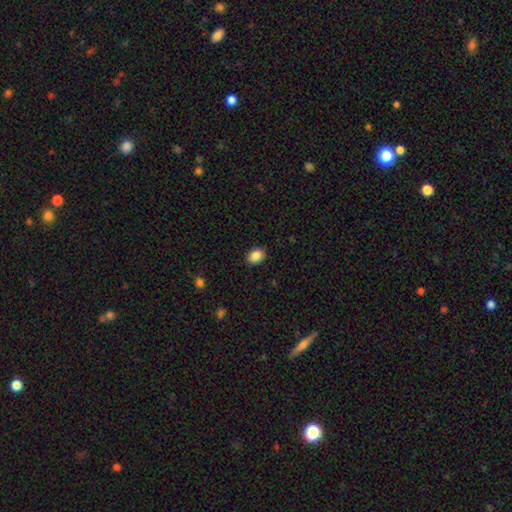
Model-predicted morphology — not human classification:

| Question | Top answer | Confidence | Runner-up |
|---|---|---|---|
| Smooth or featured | smooth | 88% | star or artifact (8%) |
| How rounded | in between | 63% | round (36%) |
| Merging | none | 88% | minor disturbance (9%) |